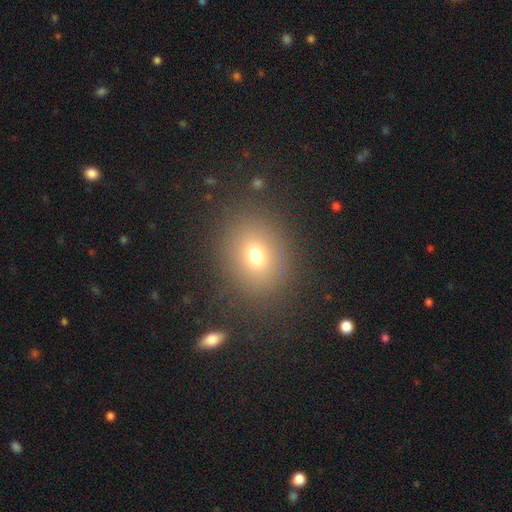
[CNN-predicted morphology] Smooth or featured? Predicted: smooth (p=0.71). How rounded? Predicted: round (p=0.59). Merging? Predicted: none (p=0.83).